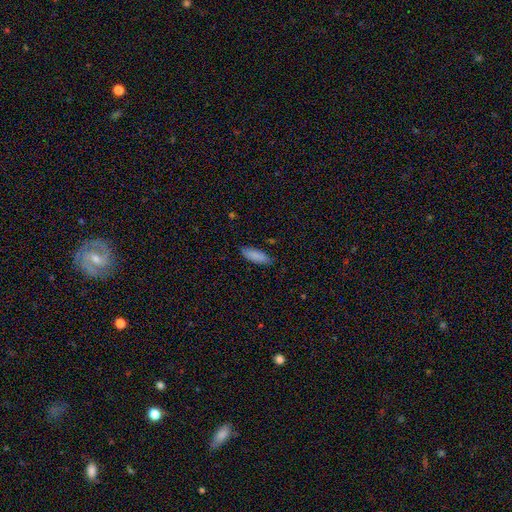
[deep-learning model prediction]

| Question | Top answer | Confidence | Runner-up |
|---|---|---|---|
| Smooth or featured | smooth | 87% | featured or disk (7%) |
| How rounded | in between | 66% | cigar-shaped (32%) |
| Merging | none | 83% | minor disturbance (13%) |